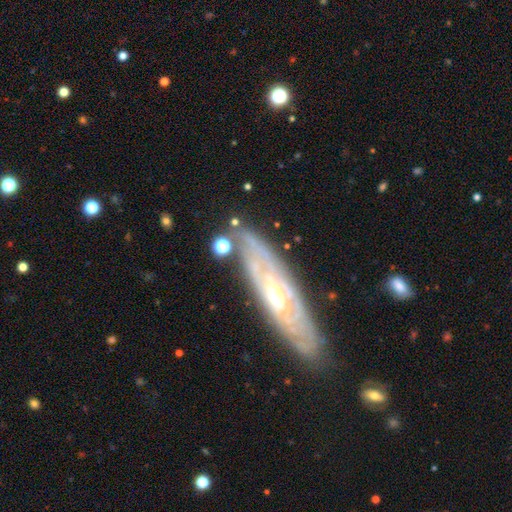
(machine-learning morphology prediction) Q: Smooth or featured?
A: featured or disk (82%); runner-up: smooth (12%)
Q: Edge-on disk?
A: no (69%); runner-up: yes (31%)
Q: Bar?
A: no (62%); runner-up: weak (27%)
Q: Spiral arms?
A: yes (73%); runner-up: no (27%)
Q: Bulge size?
A: moderate (68%); runner-up: small (19%)
Q: Merging?
A: none (78%); runner-up: minor disturbance (14%)